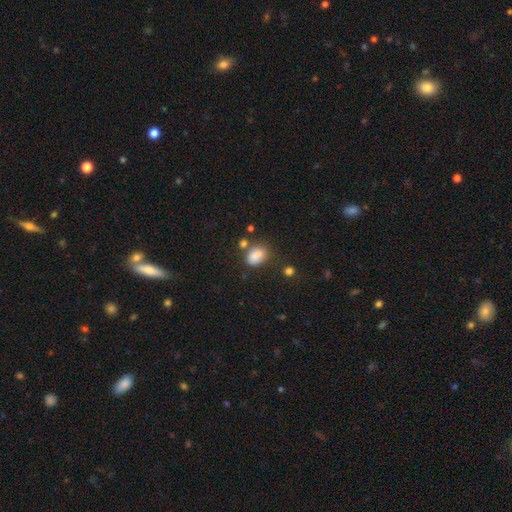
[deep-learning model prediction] The model was most divided on "merging": none: 52%, minor disturbance: 21%, merger: 20%, major disturbance: 7%. More confident: smooth or featured — smooth (80%); how rounded — in between (74%).